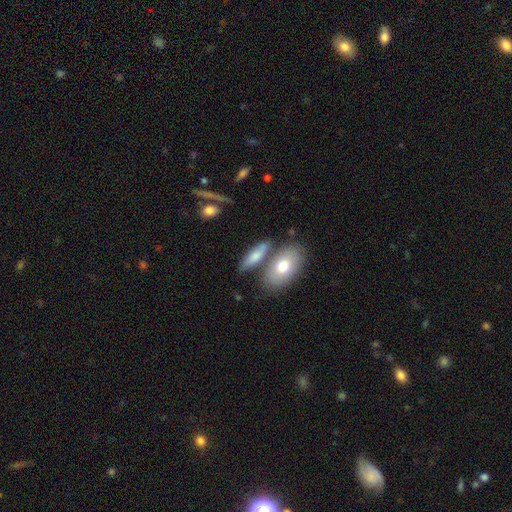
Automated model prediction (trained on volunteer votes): smooth 71%, featured or disk 23%, star or artifact 6%. Down the decision tree: how rounded — in between (65%); merging — none (59%).